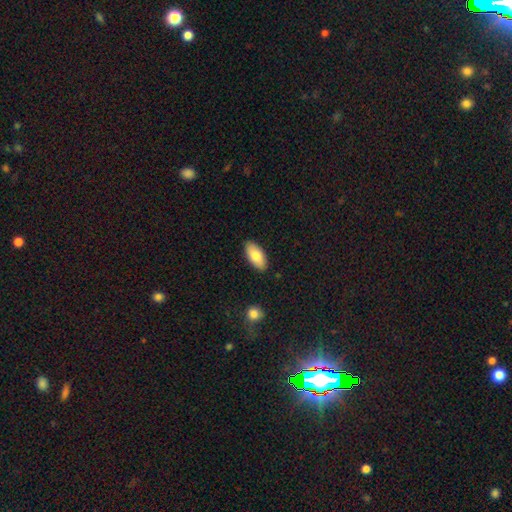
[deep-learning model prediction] smooth 80%, featured or disk 14%, star or artifact 6%. Down the decision tree: how rounded — in between (92%); merging — none (88%).